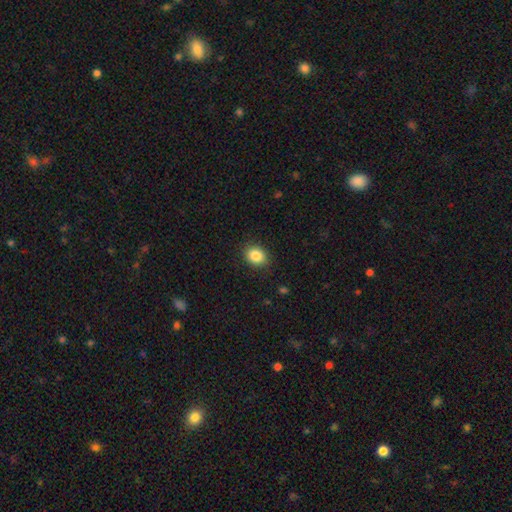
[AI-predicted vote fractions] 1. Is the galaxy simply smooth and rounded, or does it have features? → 86% smooth, 9% star or artifact, 5% featured or disk.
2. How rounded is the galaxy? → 51% in between, 49% round, 1% cigar-shaped.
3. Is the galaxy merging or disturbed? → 88% none, 9% minor disturbance, 2% major disturbance, 1% merger.